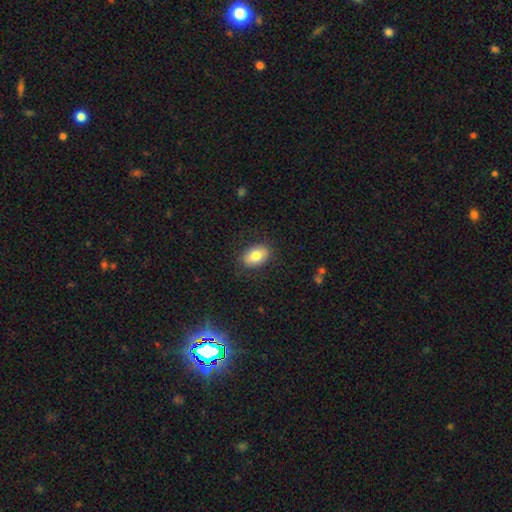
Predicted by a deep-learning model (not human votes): This is likely a smooth galaxy (80%). How rounded: clearly in between (86%). Merging: clearly none (84%).